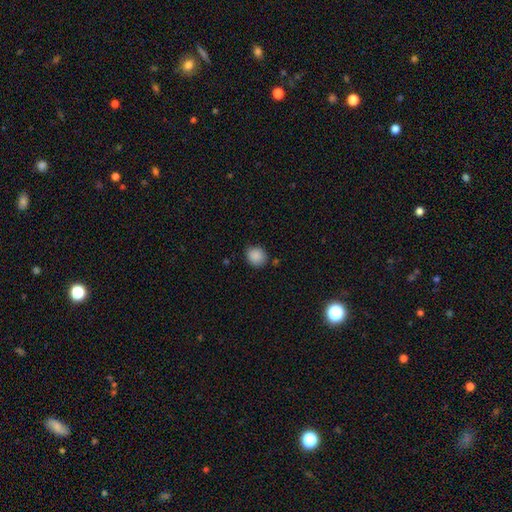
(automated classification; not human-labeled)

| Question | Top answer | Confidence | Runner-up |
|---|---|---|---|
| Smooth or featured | smooth | 88% | star or artifact (9%) |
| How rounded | round | 79% | in between (20%) |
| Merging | none | 81% | minor disturbance (14%) |